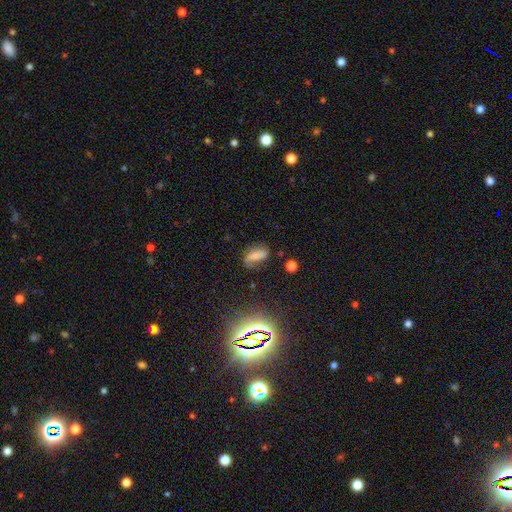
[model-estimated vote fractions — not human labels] Smooth or featured? Predicted: smooth (p=0.46). Merging? Predicted: none (p=0.59).